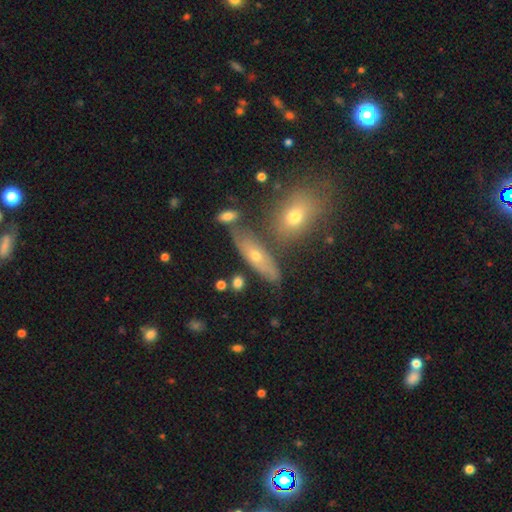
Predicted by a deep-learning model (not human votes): Morphology: type=smooth (46%); merging=none (66%).